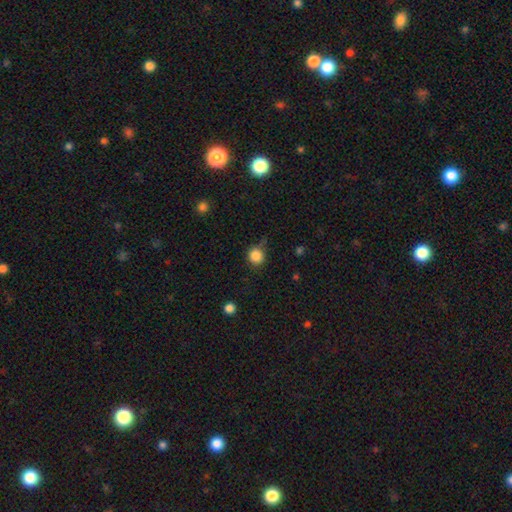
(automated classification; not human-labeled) A smooth galaxy with no disk features (86%) that is round (91%).

Vote fractions:
- Smooth or featured? smooth: 86% / star or artifact: 10% / featured or disk: 4%
- How rounded? round: 91% / in between: 8% / cigar-shaped: 1%
- Merging? none: 73% / minor disturbance: 18% / major disturbance: 5% / merger: 4%